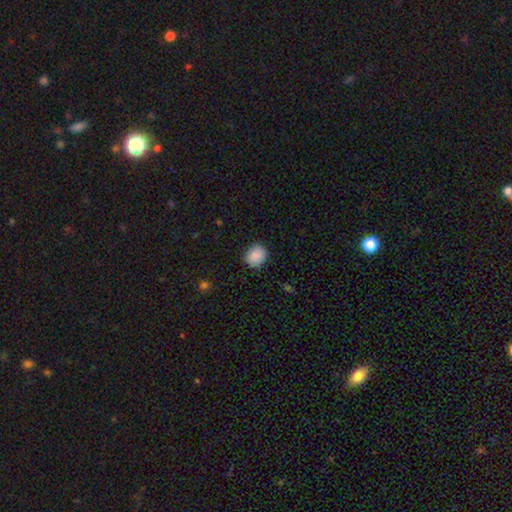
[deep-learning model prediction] A smooth galaxy with no disk features (89%) that is round (68%).

Vote fractions:
- Smooth or featured? smooth: 89% / star or artifact: 8% / featured or disk: 3%
- How rounded? round: 68% / in between: 31% / cigar-shaped: 1%
- Merging? none: 86% / minor disturbance: 11% / major disturbance: 2% / merger: 1%